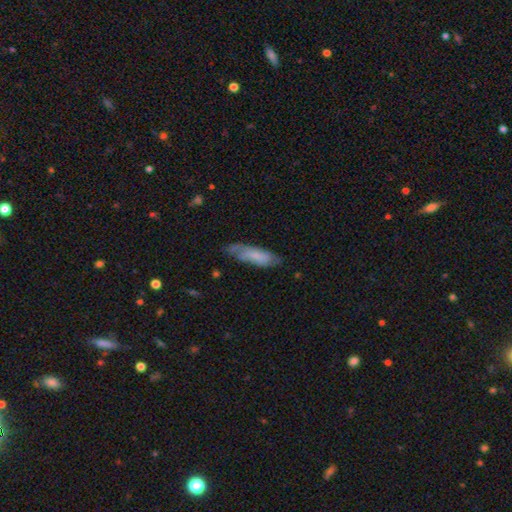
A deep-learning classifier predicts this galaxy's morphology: Smooth or featured: smooth — 57% (featured or disk — 36%)
How rounded: cigar-shaped — 56% (in between — 42%)
Merging: none — 61% (minor disturbance — 28%)